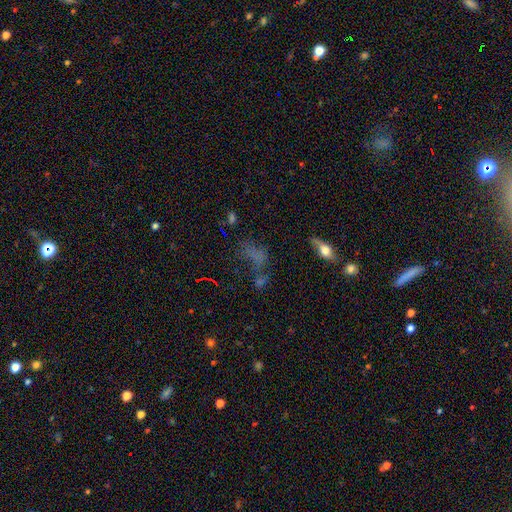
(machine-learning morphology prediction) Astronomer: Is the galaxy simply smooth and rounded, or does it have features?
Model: smooth — 47% (runner-up: star or artifact, 30%).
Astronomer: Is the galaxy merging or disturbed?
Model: none — 40% (runner-up: major disturbance, 24%).